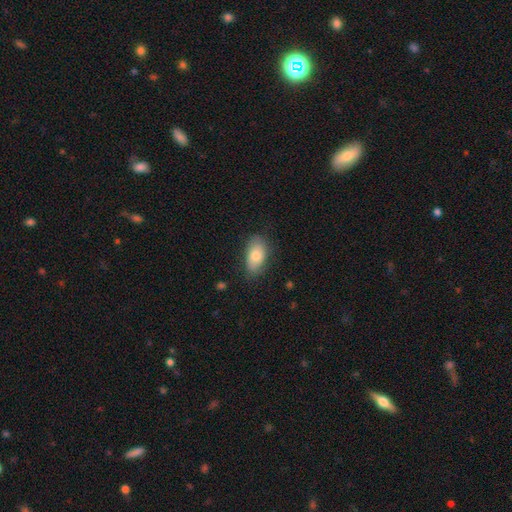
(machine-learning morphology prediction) type=smooth (79%); roundness=in between (92%); merging=none (77%).